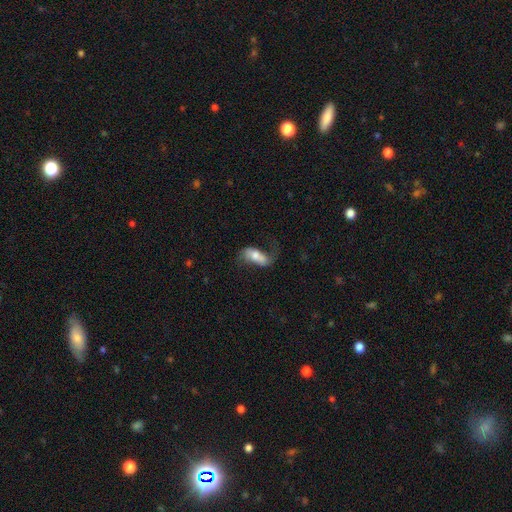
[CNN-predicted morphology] A featured or disk galaxy (50%). Merging: none (51%).